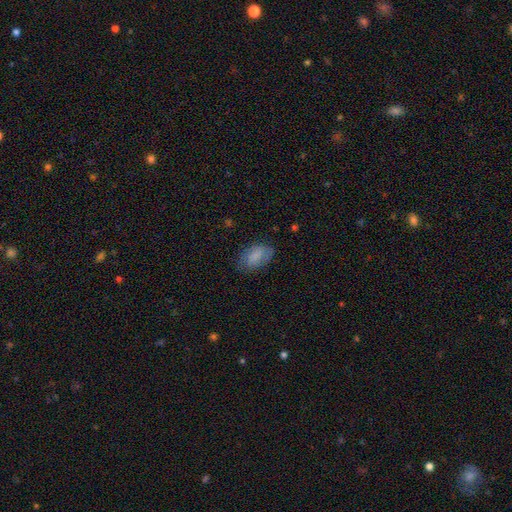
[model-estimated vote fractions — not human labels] The model was most divided on "merging": none: 71%, minor disturbance: 21%, major disturbance: 6%, merger: 1%. More confident: how rounded — in between (92%); smooth or featured — smooth (74%).